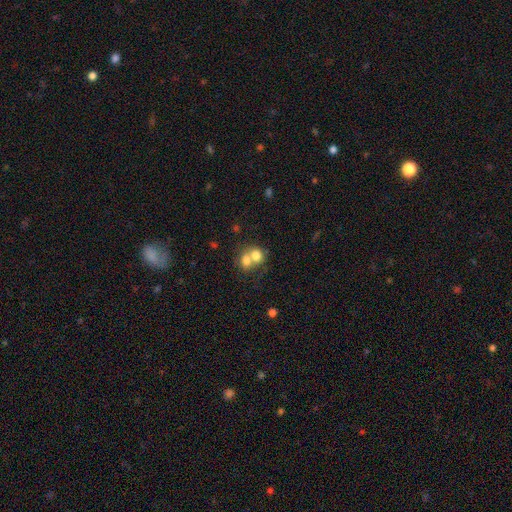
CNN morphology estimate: smooth 73%, featured or disk 18%, star or artifact 10%. Down the decision tree: how rounded — round (65%); merging — merger (68%).